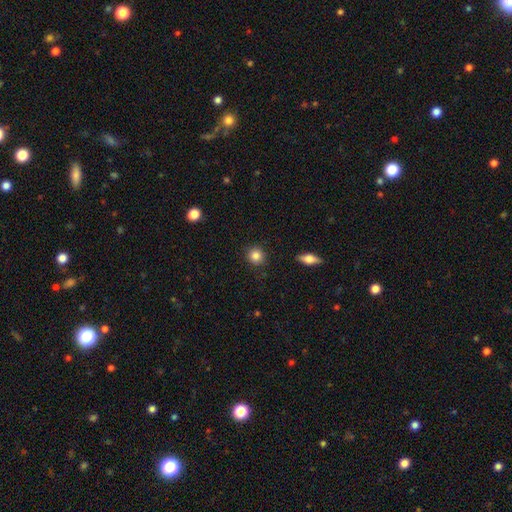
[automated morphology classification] A smooth galaxy with no disk features (85%) that is round (91%). Merging: none (90%).